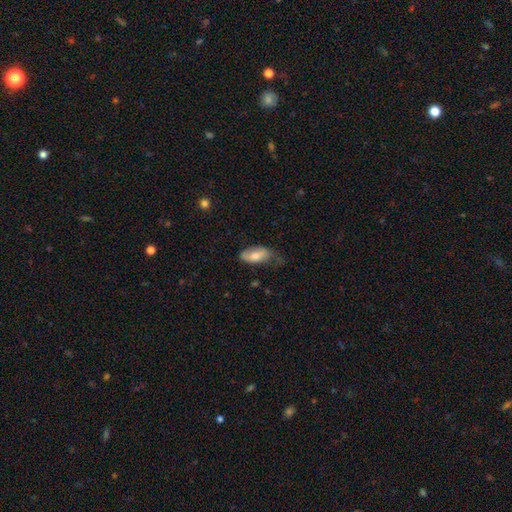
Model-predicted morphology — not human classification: smooth-or-featured: smooth: 73% | featured or disk: 20% | star or artifact: 6%
  how-rounded: in between: 89% | cigar-shaped: 8% | round: 2%
  merging: none: 49% | minor disturbance: 36% | major disturbance: 13% | merger: 2%